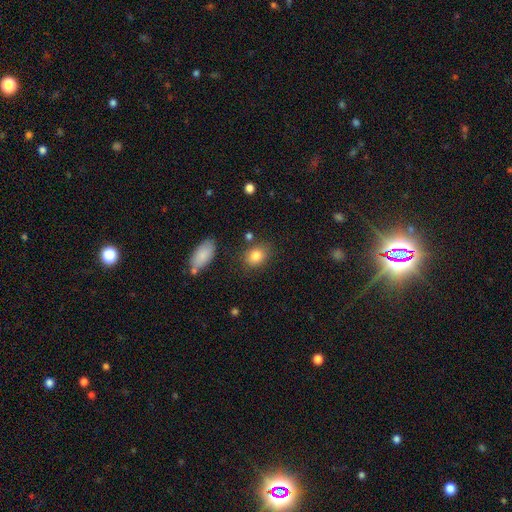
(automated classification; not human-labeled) smooth 83%, star or artifact 9%, featured or disk 8%. Down the decision tree: how rounded — in between (56%); merging — none (77%).